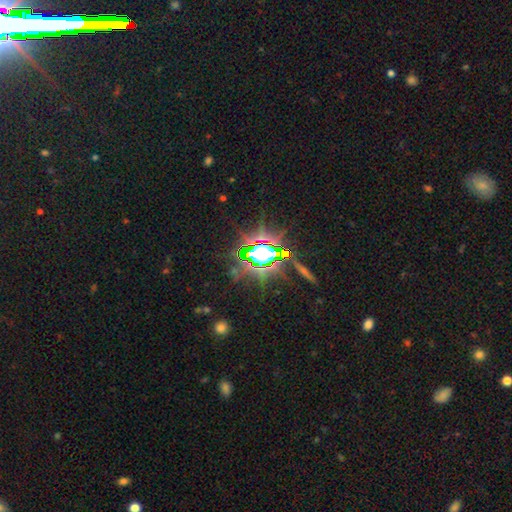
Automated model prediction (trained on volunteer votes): star or artifact 84%, smooth 8%, featured or disk 8%.